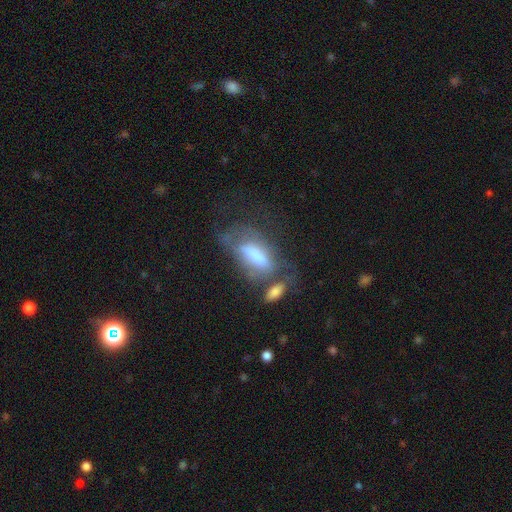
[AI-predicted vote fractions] Overall: smooth (55%; featured or disk 37%). How rounded: in between (67%; cigar-shaped 30%). Merging: major disturbance (28%; none 27%).